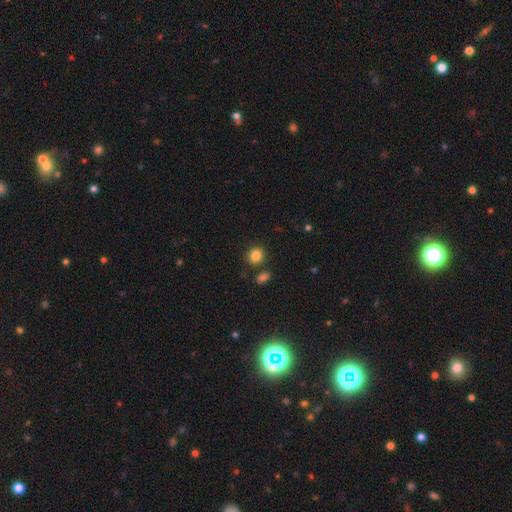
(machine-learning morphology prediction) A smooth galaxy with no disk features (85%) that is round (79%).

Vote fractions:
- Smooth or featured? smooth: 85% / star or artifact: 11% / featured or disk: 4%
- How rounded? round: 79% / in between: 20% / cigar-shaped: 1%
- Merging? none: 81% / minor disturbance: 9% / merger: 7% / major disturbance: 3%